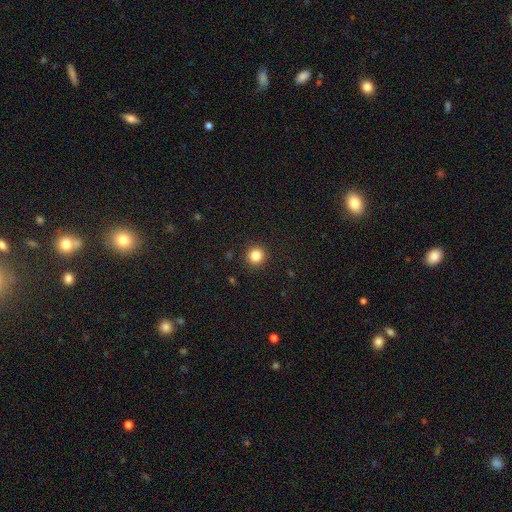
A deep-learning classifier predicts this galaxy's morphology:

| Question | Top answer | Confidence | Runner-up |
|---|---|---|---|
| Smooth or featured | smooth | 84% | star or artifact (12%) |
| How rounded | round | 94% | in between (5%) |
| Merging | none | 92% | minor disturbance (5%) |